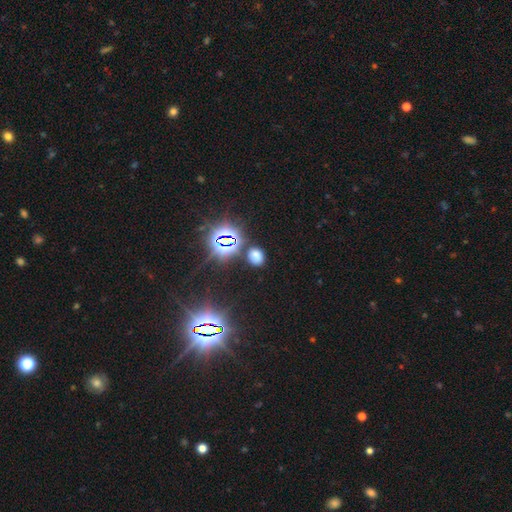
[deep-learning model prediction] A smooth galaxy with no disk features (58%) that is in between round and cigar-shaped (57%).

Vote fractions:
- Smooth or featured? smooth: 58% / star or artifact: 36% / featured or disk: 7%
- How rounded? in between: 57% / round: 41% / cigar-shaped: 2%
- Merging? none: 80% / minor disturbance: 11% / merger: 5% / major disturbance: 4%